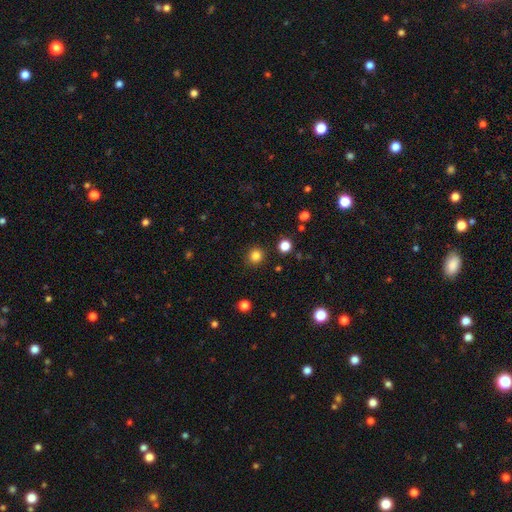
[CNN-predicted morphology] smooth_or_featured: smooth (p=0.83) [alt: star or artifact p=0.13]
how_rounded: round (p=0.91) [alt: in between p=0.08]
merging: none (p=0.91) [alt: minor disturbance p=0.06]